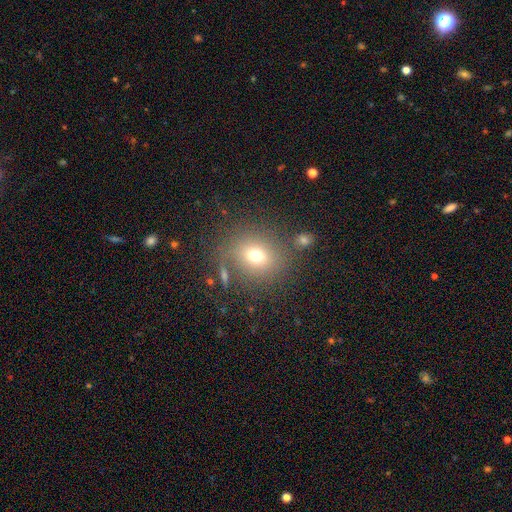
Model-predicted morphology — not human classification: smooth_or_featured: smooth (p=0.70) [alt: star or artifact p=0.16]
how_rounded: round (p=0.75) [alt: in between p=0.24]
merging: none (p=0.76) [alt: minor disturbance p=0.11]